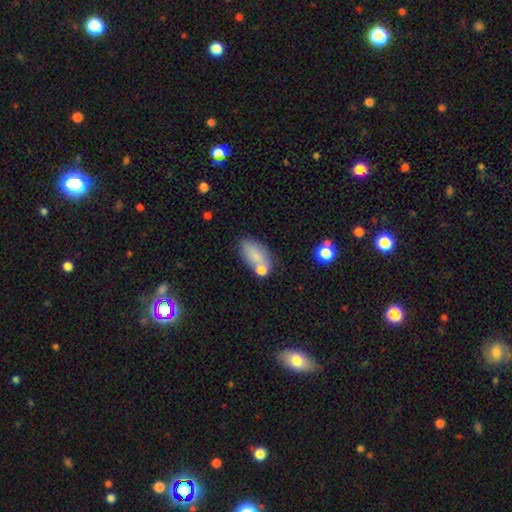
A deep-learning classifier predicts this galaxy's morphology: Smooth or featured? Predicted: smooth (p=0.78). How rounded? Predicted: in between (p=0.89). Merging? Predicted: none (p=0.53).